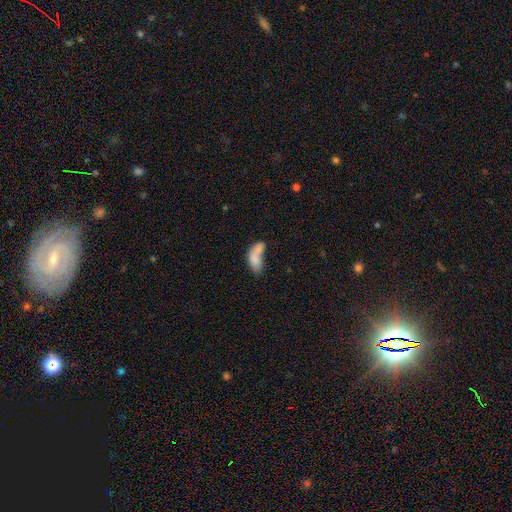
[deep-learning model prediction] smooth_or_featured: smooth (p=0.73) [alt: featured or disk p=0.18]
how_rounded: in between (p=0.84) [alt: cigar-shaped p=0.11]
merging: merger (p=0.55) [alt: none p=0.20]